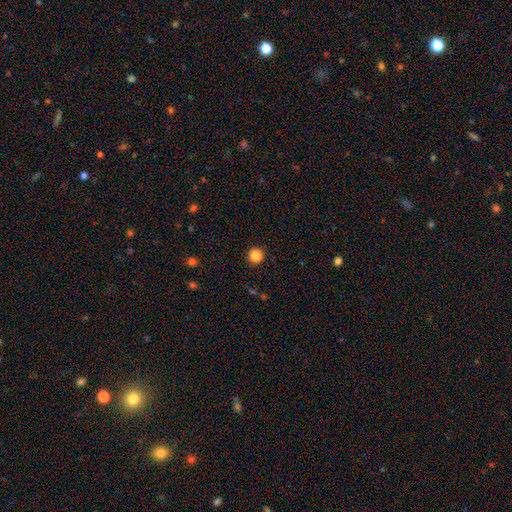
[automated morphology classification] smooth-or-featured: smooth: 86% | star or artifact: 11% | featured or disk: 3%
  how-rounded: round: 94% | in between: 5% | cigar-shaped: 1%
  merging: none: 92% | minor disturbance: 5% | major disturbance: 2% | merger: 1%